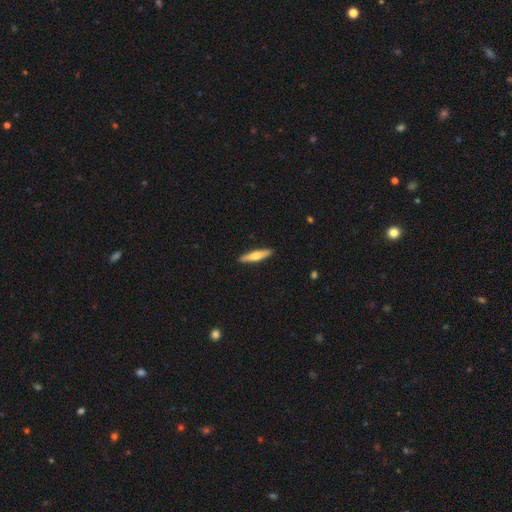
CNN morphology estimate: smooth-or-featured: smooth: 55% | featured or disk: 40% | star or artifact: 5%
  how-rounded: cigar-shaped: 85% | in between: 13% | round: 2%
  merging: none: 91% | minor disturbance: 6% | major disturbance: 1% | merger: 1%